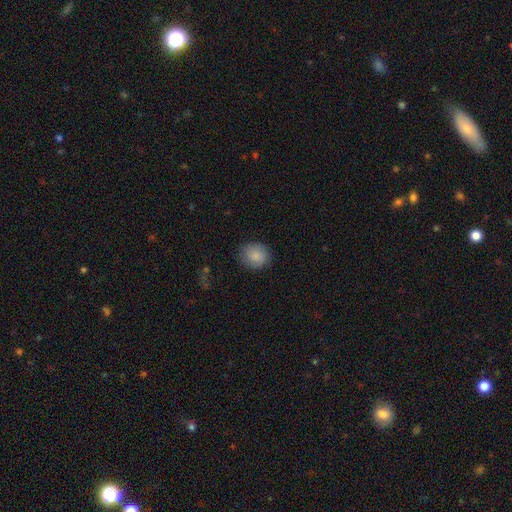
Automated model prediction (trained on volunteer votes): A smooth galaxy with no disk features (87%) that is round (79%). Merging: none (84%).